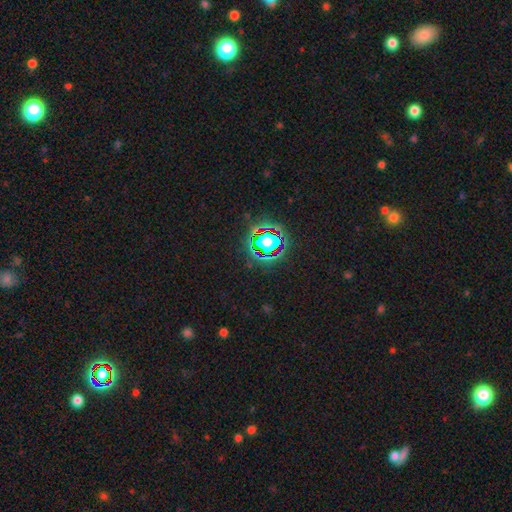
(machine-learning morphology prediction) type=star or artifact (81%).